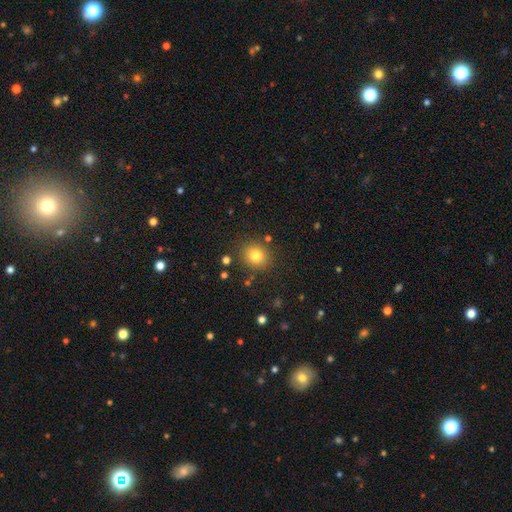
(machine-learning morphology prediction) A smooth galaxy with no disk features (79%) that is round (80%).

Vote fractions:
- Smooth or featured? smooth: 79% / star or artifact: 13% / featured or disk: 8%
- How rounded? round: 80% / in between: 20% / cigar-shaped: 1%
- Merging? none: 86% / minor disturbance: 8% / major disturbance: 3% / merger: 3%